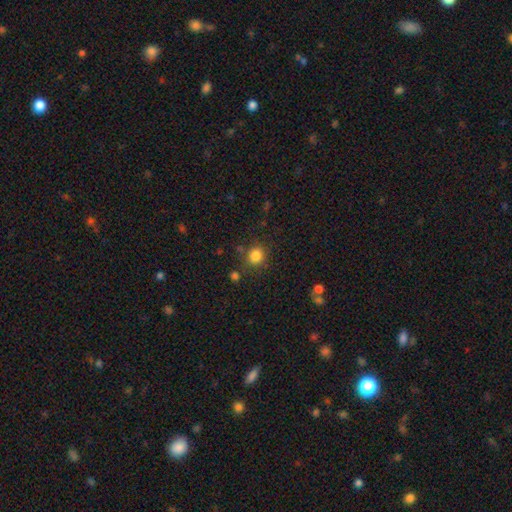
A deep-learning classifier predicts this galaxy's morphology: Q: Smooth or featured?
A: smooth (83%); runner-up: star or artifact (12%)
Q: How rounded?
A: round (86%); runner-up: in between (13%)
Q: Merging?
A: none (81%); runner-up: minor disturbance (10%)